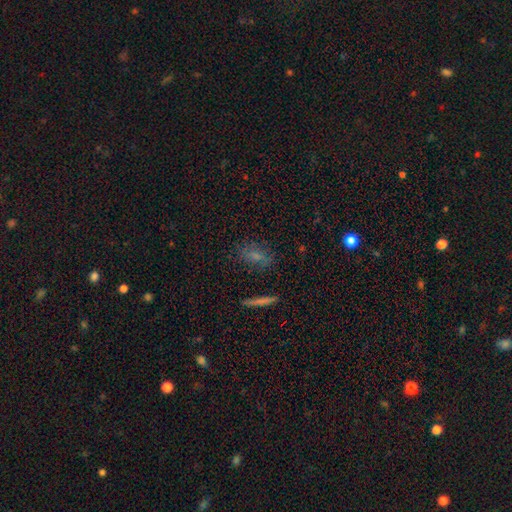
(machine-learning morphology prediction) Q: Smooth or featured?
A: smooth (60%); runner-up: featured or disk (22%)
Q: How rounded?
A: in between (69%); runner-up: round (16%)
Q: Merging?
A: none (80%); runner-up: minor disturbance (13%)